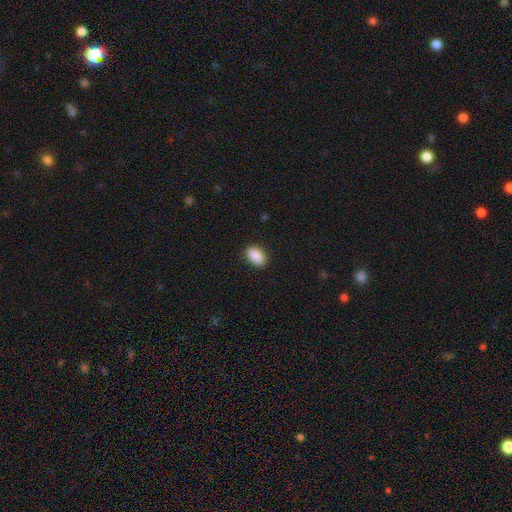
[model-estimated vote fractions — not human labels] Overall: smooth (90%). How rounded: in between (92%). Merging: none (88%).